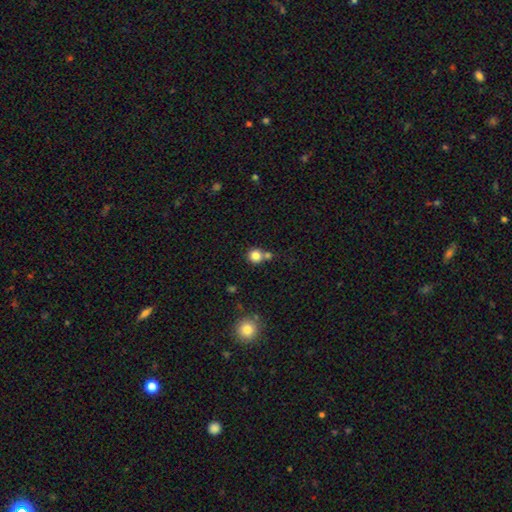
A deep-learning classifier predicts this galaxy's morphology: This appears to be a smooth galaxy with no disk features (82%) that is round (91%). Merging: none (58%).